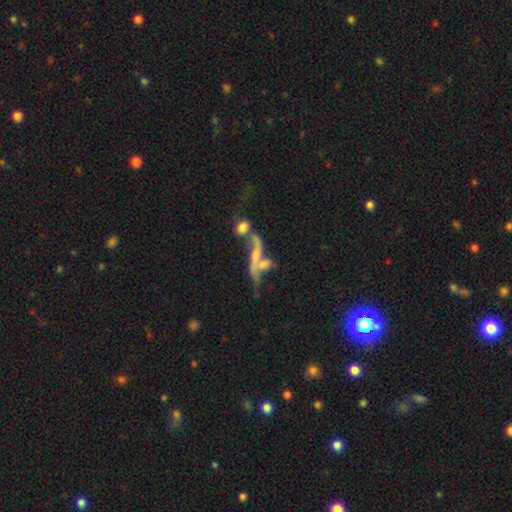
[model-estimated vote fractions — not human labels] Overall: featured or disk (63%). Edge-on disk: no (78%). Merging: merger (53%; none 19%).